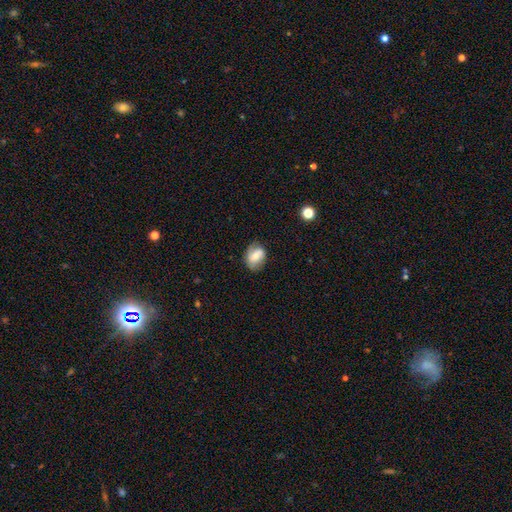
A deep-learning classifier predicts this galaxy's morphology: Smooth or featured? Predicted: smooth (p=0.61). How rounded? Predicted: in between (p=0.65). Merging? Predicted: none (p=0.65).